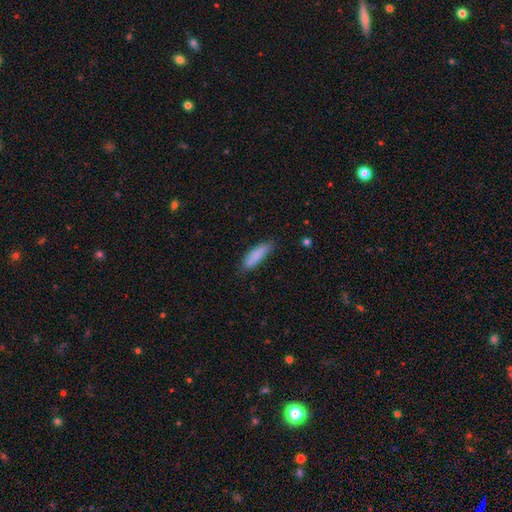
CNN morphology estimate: type=smooth (86%); roundness=cigar-shaped (56%); merging=none (72%).